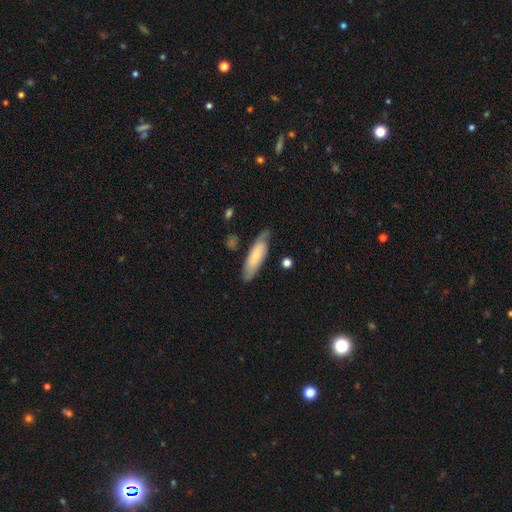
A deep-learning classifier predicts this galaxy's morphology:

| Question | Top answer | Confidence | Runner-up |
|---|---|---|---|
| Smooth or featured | smooth | 56% | featured or disk (38%) |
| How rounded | cigar-shaped | 52% | in between (46%) |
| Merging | none | 71% | minor disturbance (21%) |